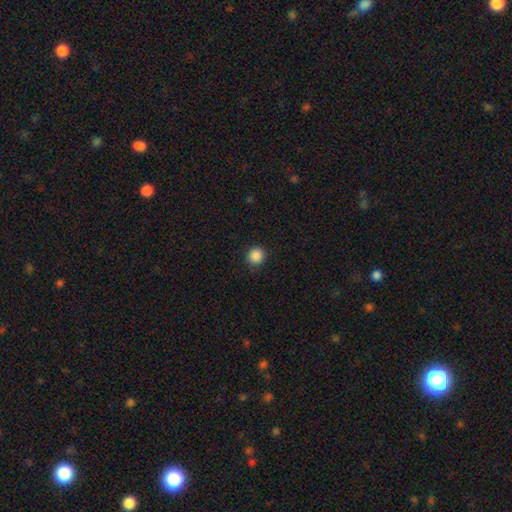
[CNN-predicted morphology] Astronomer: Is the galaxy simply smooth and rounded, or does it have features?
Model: smooth — 88%.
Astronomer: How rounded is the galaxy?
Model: round — 92%.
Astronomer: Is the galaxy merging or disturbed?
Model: none — 90%.